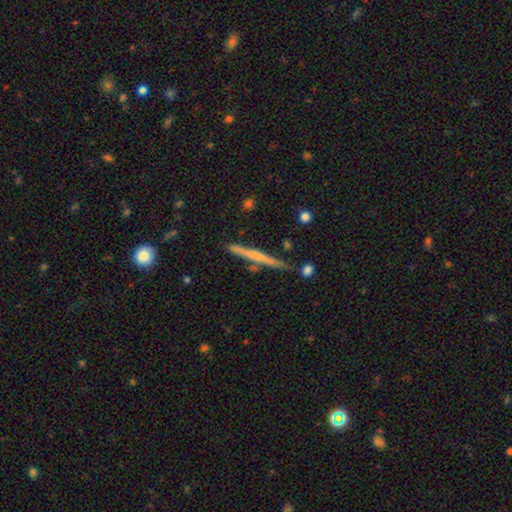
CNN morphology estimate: Smooth or featured? Predicted: featured or disk (p=0.51). Edge-on disk? Predicted: yes (p=0.97). Merging? Predicted: none (p=0.84).